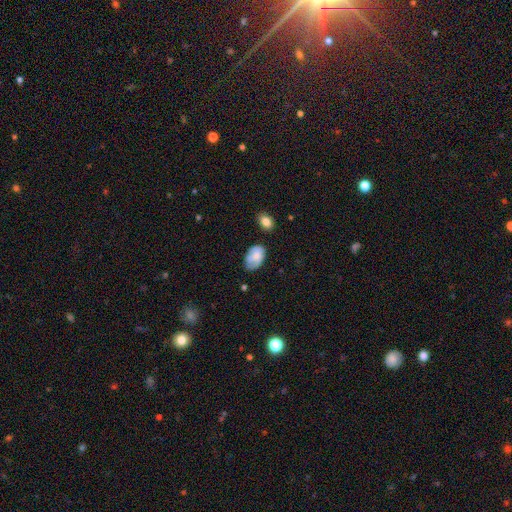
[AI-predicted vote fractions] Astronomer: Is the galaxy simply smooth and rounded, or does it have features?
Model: smooth — 69%.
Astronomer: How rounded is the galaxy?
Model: in between — 90%.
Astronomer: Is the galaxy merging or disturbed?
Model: none — 55% (runner-up: minor disturbance, 31%).